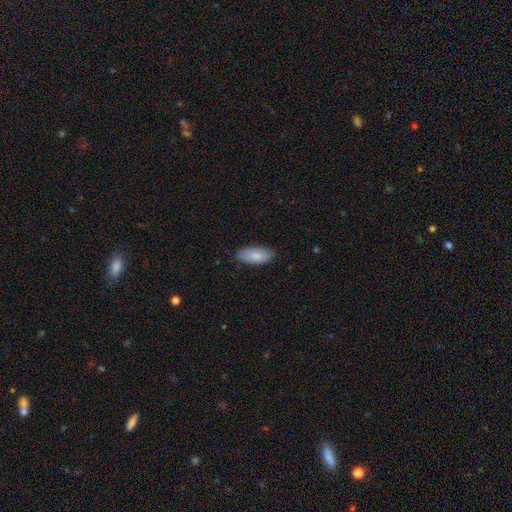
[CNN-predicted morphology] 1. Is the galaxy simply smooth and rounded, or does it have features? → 86% smooth, 8% featured or disk, 6% star or artifact.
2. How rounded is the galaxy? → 89% in between, 9% cigar-shaped, 2% round.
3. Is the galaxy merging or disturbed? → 81% none, 15% minor disturbance, 2% major disturbance, 1% merger.